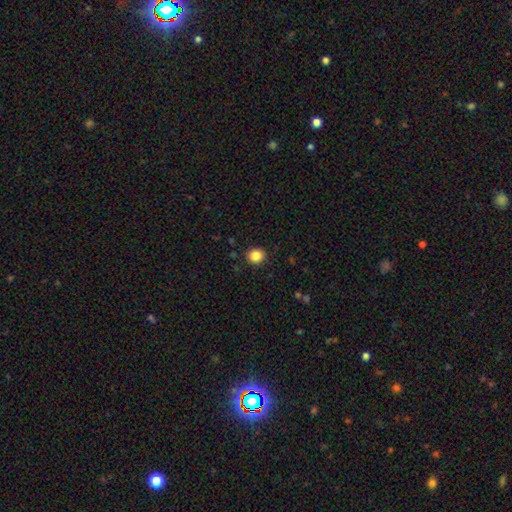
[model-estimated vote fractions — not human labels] This appears to be a smooth galaxy with no disk features (85%) that is round (85%). Merging: none (90%).